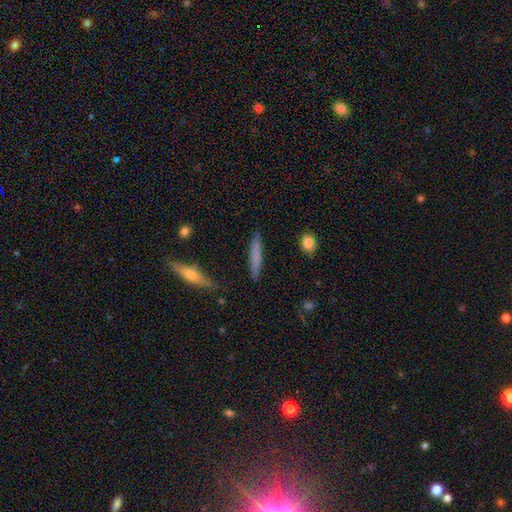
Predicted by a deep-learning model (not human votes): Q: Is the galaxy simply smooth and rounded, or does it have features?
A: smooth — 69%.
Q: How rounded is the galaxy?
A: cigar-shaped — 90%.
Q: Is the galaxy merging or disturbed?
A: none — 85%.